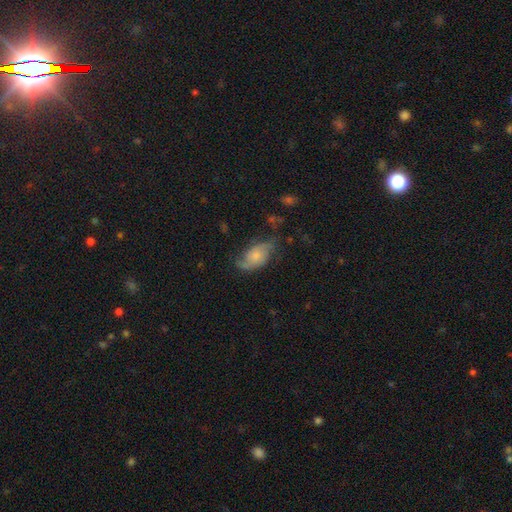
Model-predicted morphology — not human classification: Smooth or featured? featured or disk (54%)
Edge-on disk? no (94%)
Bar? no (75%)
Spiral arms? yes (84%)
Bulge size? small (44%)
Merging? none (51%)